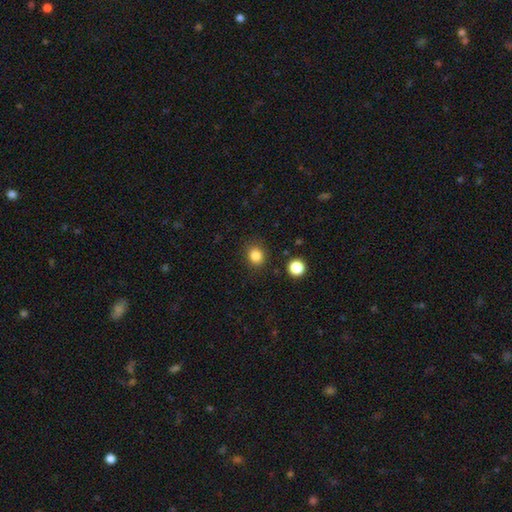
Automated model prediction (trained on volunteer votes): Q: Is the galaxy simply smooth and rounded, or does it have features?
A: smooth — 84%.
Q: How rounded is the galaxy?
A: round — 76%.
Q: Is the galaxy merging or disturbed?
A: none — 87%.